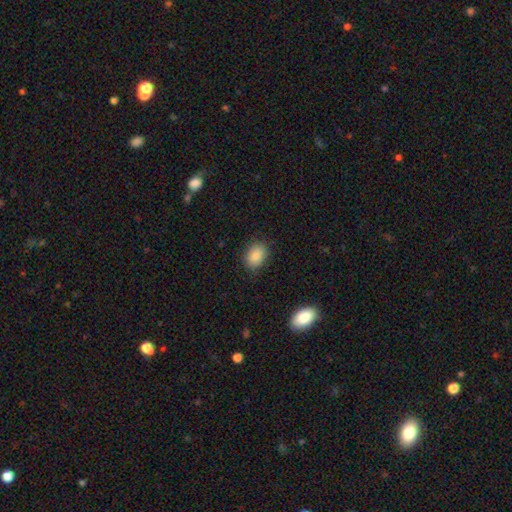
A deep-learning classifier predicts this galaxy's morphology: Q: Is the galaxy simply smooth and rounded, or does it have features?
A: smooth — 86%.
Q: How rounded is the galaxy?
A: in between — 75%.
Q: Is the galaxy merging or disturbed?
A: none — 86%.